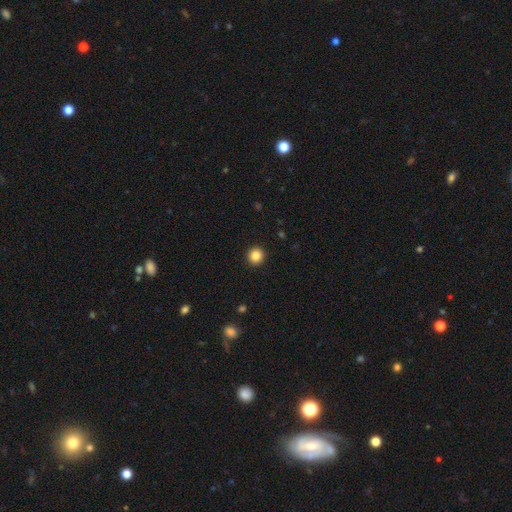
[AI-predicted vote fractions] Smooth or featured: smooth — 85% (star or artifact — 10%)
How rounded: round — 95% (in between — 5%)
Merging: none — 93% (minor disturbance — 4%)